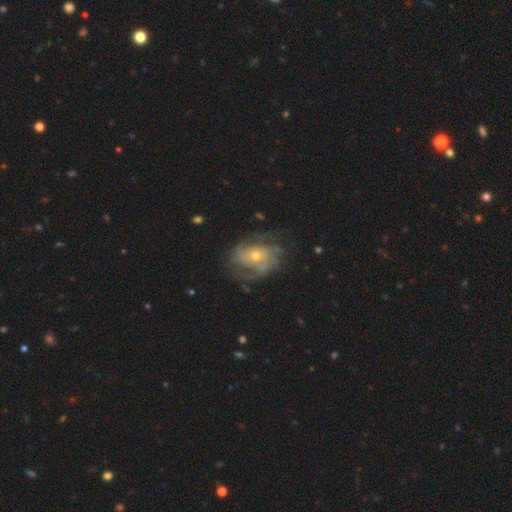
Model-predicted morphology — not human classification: Smooth or featured? featured or disk (84%)
Edge-on disk? no (97%)
Bar? no (74%)
Spiral arms? yes (92%)
Spiral winding? tight (43%)
Spiral arm count? 2 (40%)
Bulge size? moderate (57%)
Merging? none (64%)